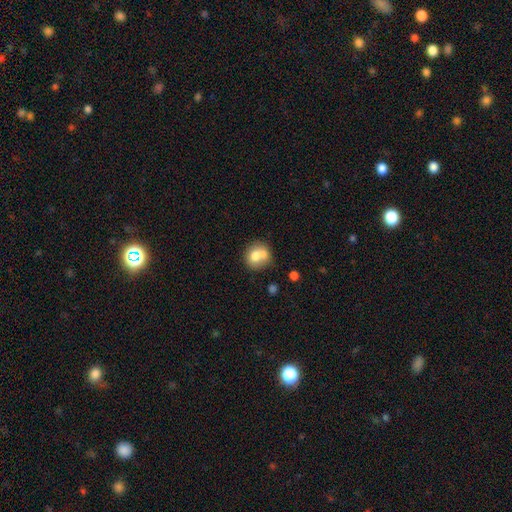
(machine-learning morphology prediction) A smooth galaxy with no disk features (72%) that is round (77%).

Vote fractions:
- Smooth or featured? smooth: 72% / featured or disk: 19% / star or artifact: 9%
- How rounded? round: 77% / in between: 22% / cigar-shaped: 1%
- Merging? merger: 41% (tied) / none: 41% (tied) / minor disturbance: 13% / major disturbance: 5%